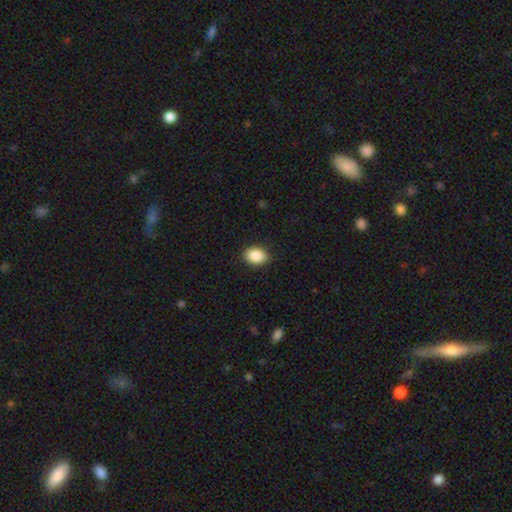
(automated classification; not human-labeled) Smooth or featured? smooth (89%)
How rounded? in between (76%)
Merging? none (89%)